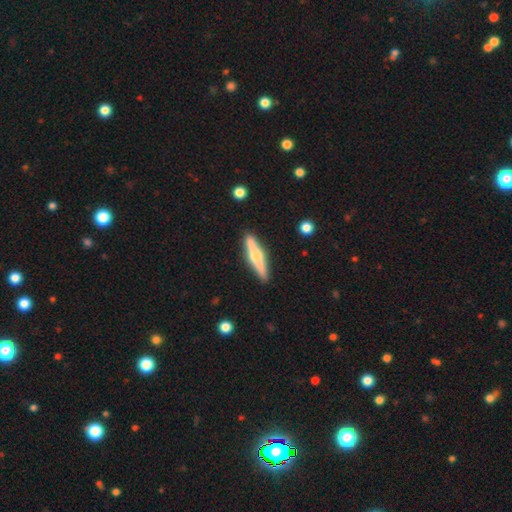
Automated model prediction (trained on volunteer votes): A featured or disk galaxy (65%) viewed edge-on (97%) with a rounded central bulge (92%). Merging: none (89%).